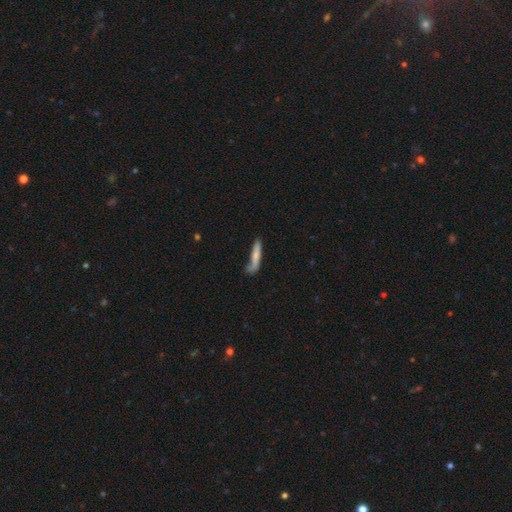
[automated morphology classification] Smooth or featured?
  - smooth: 70% *
  - featured or disk: 23%
  - star or artifact: 6%
How rounded?
  - cigar-shaped: 89% *
  - in between: 10%
  - round: 2%
Merging?
  - none: 55% *
  - minor disturbance: 26%
  - major disturbance: 12%
  - merger: 7%